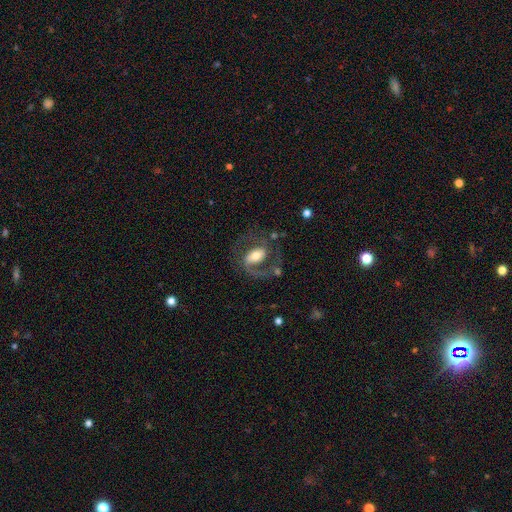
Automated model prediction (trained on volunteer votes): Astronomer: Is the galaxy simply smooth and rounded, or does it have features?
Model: featured or disk — 75%.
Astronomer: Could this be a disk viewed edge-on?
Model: no — 96%.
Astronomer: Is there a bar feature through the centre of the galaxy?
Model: weak — 38% (runner-up: strong, 33%).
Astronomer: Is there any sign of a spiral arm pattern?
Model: yes — 87%.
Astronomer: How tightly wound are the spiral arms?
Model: medium — 53%.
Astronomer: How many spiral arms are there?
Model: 2 — 74%.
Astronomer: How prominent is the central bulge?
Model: moderate — 59%.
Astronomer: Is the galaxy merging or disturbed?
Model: none — 59%.